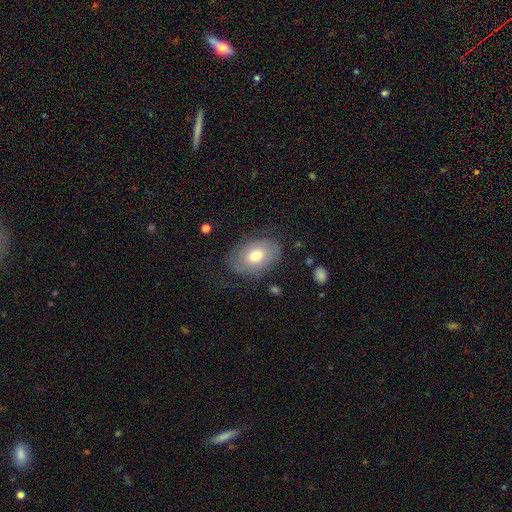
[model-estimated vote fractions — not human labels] This is likely a smooth galaxy (65%). How rounded: clearly in between (82%). Merging: likely none (71%).